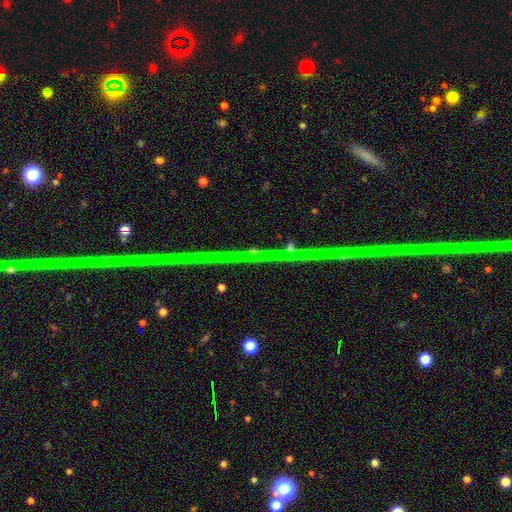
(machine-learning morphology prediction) smooth_or_featured: star or artifact (p=0.72) [alt: featured or disk p=0.19]